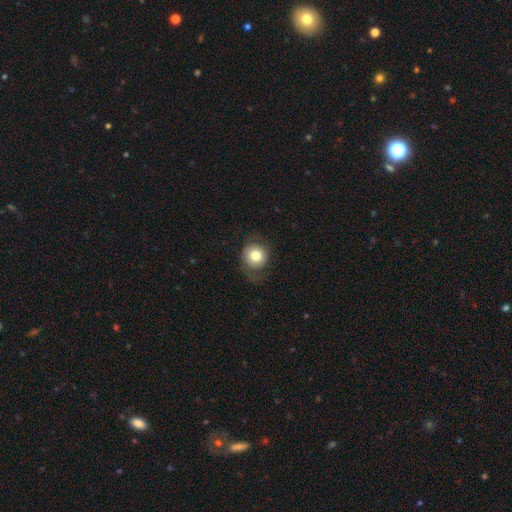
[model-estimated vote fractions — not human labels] Smooth or featured? smooth (73%)
How rounded? round (87%)
Merging? none (60%)